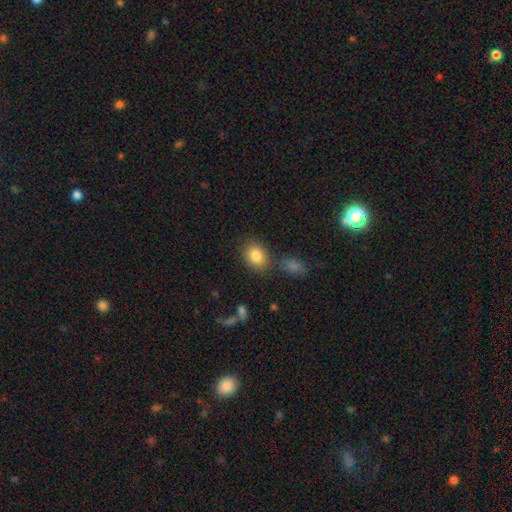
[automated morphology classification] Q: Smooth or featured?
A: smooth (82%); runner-up: star or artifact (9%)
Q: How rounded?
A: in between (56%); runner-up: round (43%)
Q: Merging?
A: none (74%); runner-up: minor disturbance (12%)